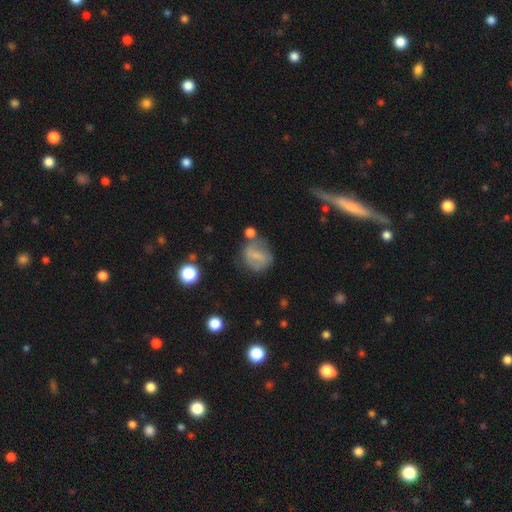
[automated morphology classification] Q: Smooth or featured?
A: smooth (53%); runner-up: featured or disk (37%)
Q: How rounded?
A: round (65%); runner-up: in between (33%)
Q: Merging?
A: none (54%); runner-up: minor disturbance (24%)